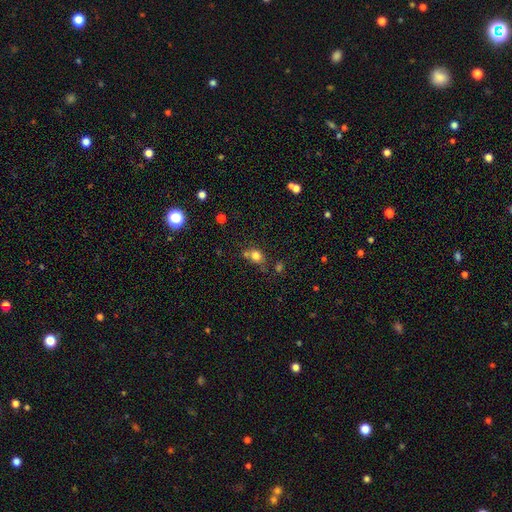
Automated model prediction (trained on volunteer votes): This is likely a smooth galaxy (77%). How rounded: likely round (62%). Merging: possibly none (53%).